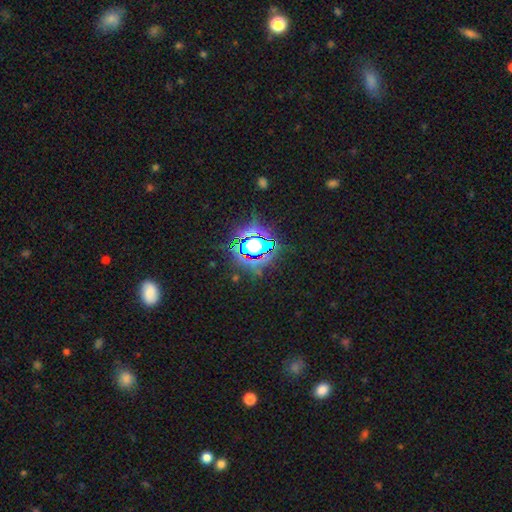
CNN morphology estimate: smooth-or-featured: star or artifact: 78% | smooth: 14% | featured or disk: 8%